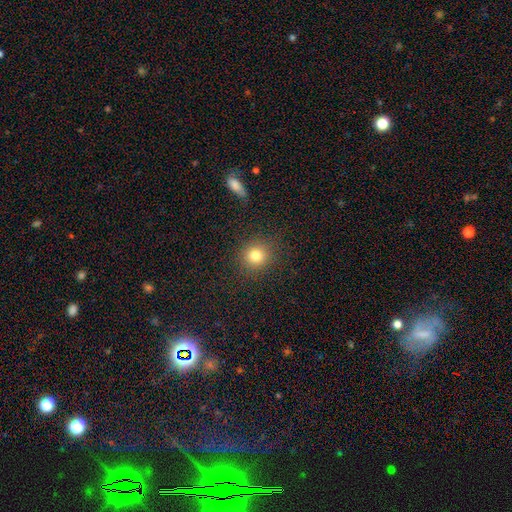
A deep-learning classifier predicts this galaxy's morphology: Overall: smooth (81%). How rounded: round (88%). Merging: none (88%).